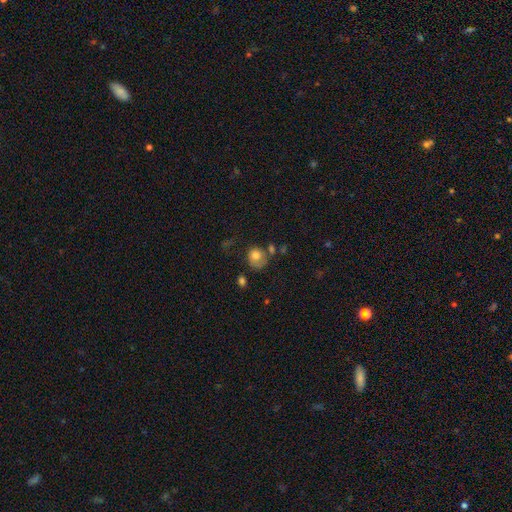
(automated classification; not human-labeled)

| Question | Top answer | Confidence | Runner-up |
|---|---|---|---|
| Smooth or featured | smooth | 74% | featured or disk (17%) |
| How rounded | round | 73% | in between (26%) |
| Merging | none | 46% | minor disturbance (25%) |